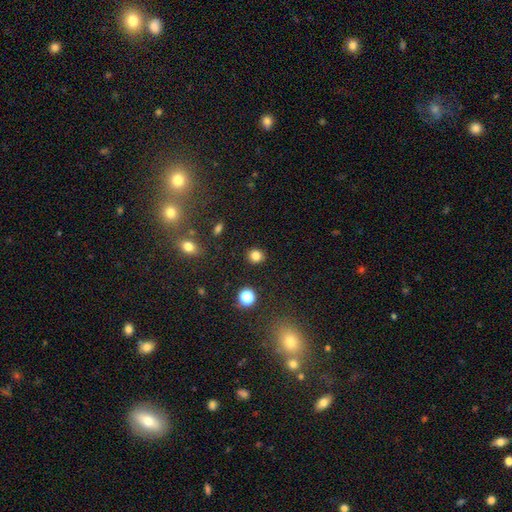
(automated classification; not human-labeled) A smooth galaxy with no disk features (82%) that is round (83%). Merging: none (89%).